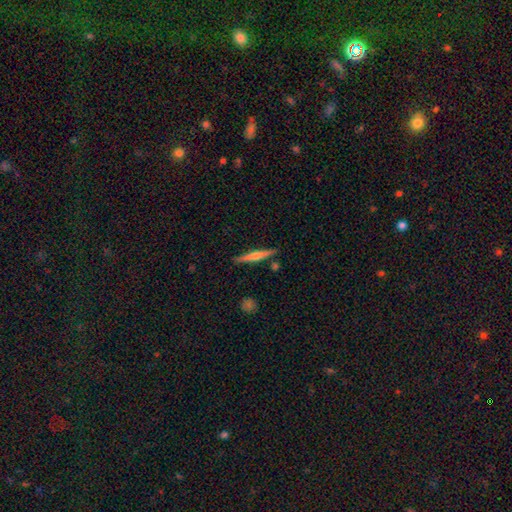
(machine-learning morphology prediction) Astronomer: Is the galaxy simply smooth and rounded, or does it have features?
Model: featured or disk — 54% (runner-up: smooth, 40%).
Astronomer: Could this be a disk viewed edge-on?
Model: yes — 97%.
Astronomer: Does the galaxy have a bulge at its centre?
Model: rounded — 74%.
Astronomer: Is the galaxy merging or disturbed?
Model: none — 88%.